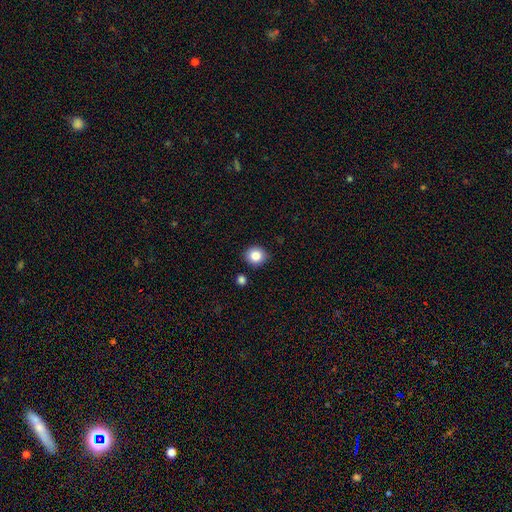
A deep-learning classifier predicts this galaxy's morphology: smooth 85%, star or artifact 10%, featured or disk 5%. Down the decision tree: how rounded — round (84%); merging — none (87%).